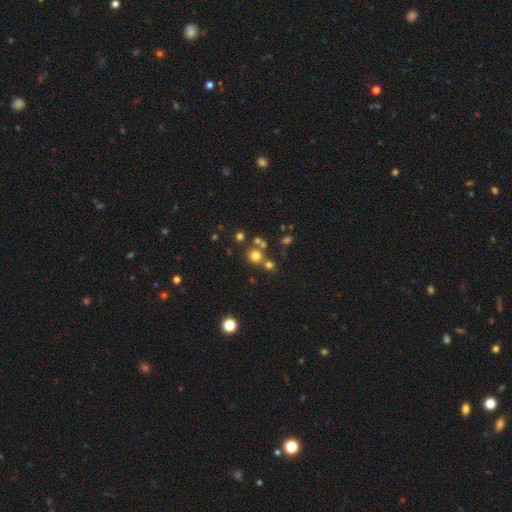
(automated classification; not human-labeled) This appears to be a smooth galaxy with no disk features (69%) that is round (89%). Merging: none (65%).